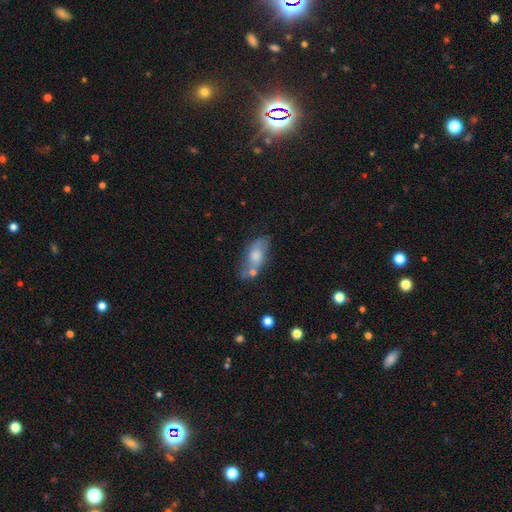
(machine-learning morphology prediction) Smooth or featured? Predicted: smooth (p=0.56). How rounded? Predicted: in between (p=0.83). Merging? Predicted: none (p=0.50).